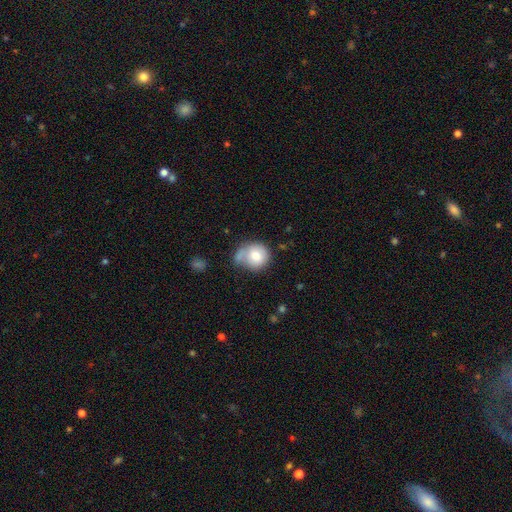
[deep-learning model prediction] smooth_or_featured: smooth (p=0.77) [alt: featured or disk p=0.15]
how_rounded: round (p=0.84) [alt: in between p=0.15]
merging: none (p=0.44) [alt: minor disturbance p=0.23]